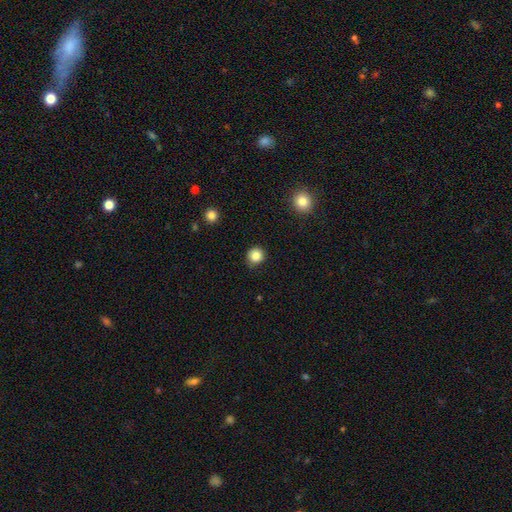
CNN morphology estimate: Overall: smooth (85%). How rounded: round (92%). Merging: none (84%).